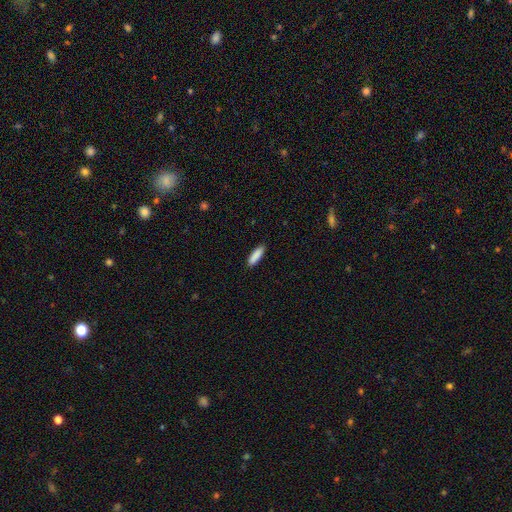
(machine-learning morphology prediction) smooth-or-featured: smooth: 89% | star or artifact: 6% | featured or disk: 5%
  how-rounded: cigar-shaped: 61% | in between: 37% | round: 1%
  merging: none: 90% | minor disturbance: 7% | major disturbance: 2% | merger: 1%